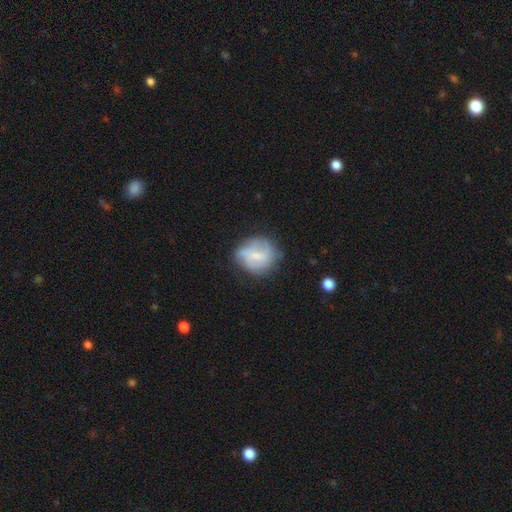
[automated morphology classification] Smooth or featured? Predicted: featured or disk (p=0.52). Edge-on disk? Predicted: no (p=0.97). Bar? Predicted: weak (p=0.47). Spiral arms? Predicted: yes (p=0.64). Bulge size? Predicted: small (p=0.49). Merging? Predicted: none (p=0.60).